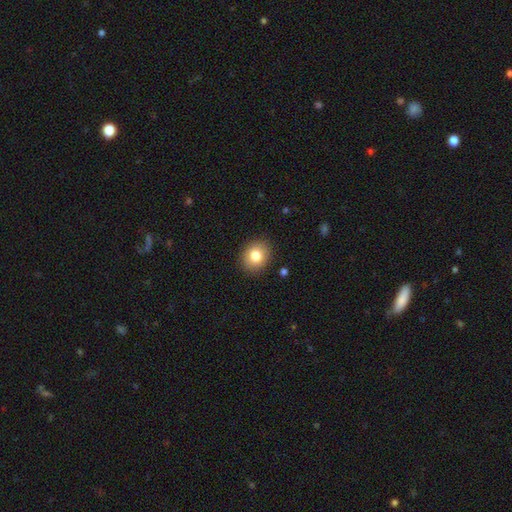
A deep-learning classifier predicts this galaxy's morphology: smooth 81%, star or artifact 9%, featured or disk 9%. Down the decision tree: how rounded — round (62%); merging — none (89%).